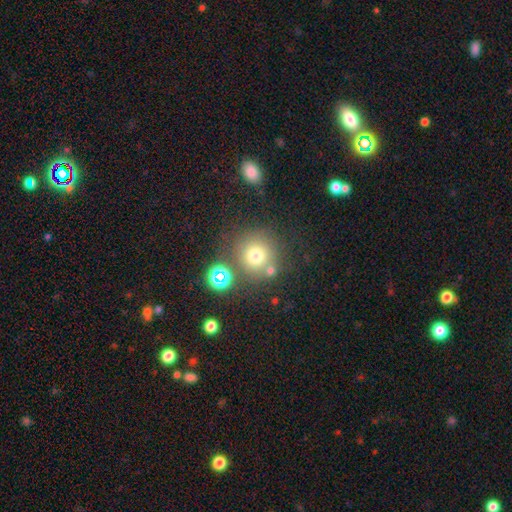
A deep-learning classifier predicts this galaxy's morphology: This appears to be a smooth galaxy with no disk features (71%) that is round (94%). Merging: none (73%).